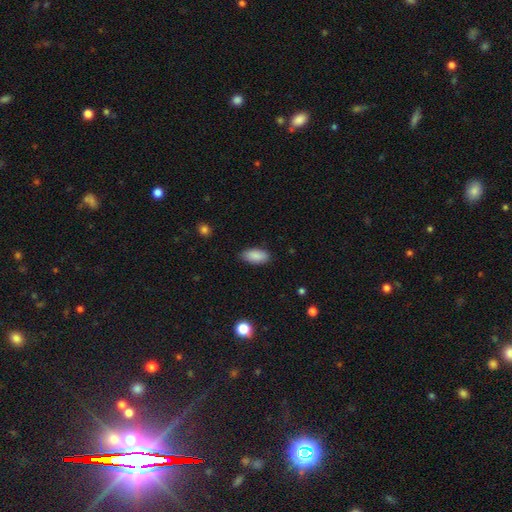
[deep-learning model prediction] smooth-or-featured: smooth: 89% | star or artifact: 7% | featured or disk: 4%
  how-rounded: in between: 92% | cigar-shaped: 6% | round: 2%
  merging: none: 84% | minor disturbance: 13% | major disturbance: 2% | merger: 1%